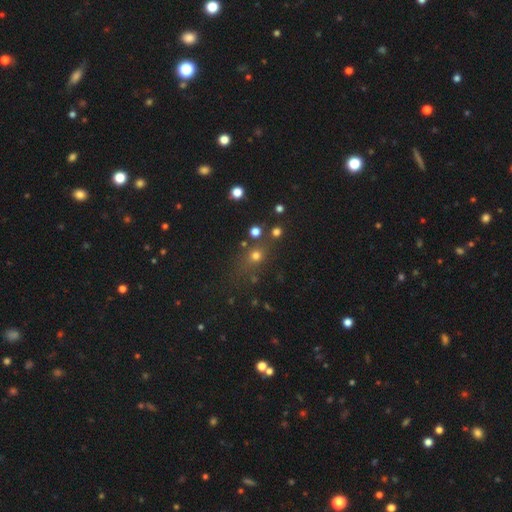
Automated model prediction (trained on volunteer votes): A smooth galaxy with no disk features (62%) that is round (70%).

Vote fractions:
- Smooth or featured? smooth: 62% / star or artifact: 26% / featured or disk: 12%
- How rounded? round: 70% / in between: 26% / cigar-shaped: 3%
- Merging? none: 69% / minor disturbance: 13% / merger: 11% / major disturbance: 7%